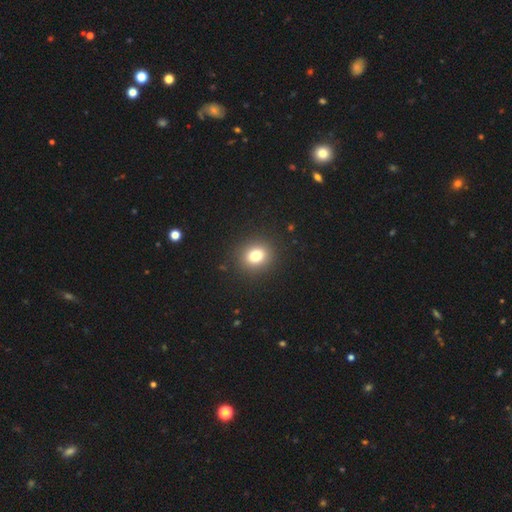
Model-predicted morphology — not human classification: Smooth or featured: smooth — 79% (star or artifact — 13%)
How rounded: round — 75% (in between — 24%)
Merging: none — 90% (minor disturbance — 6%)